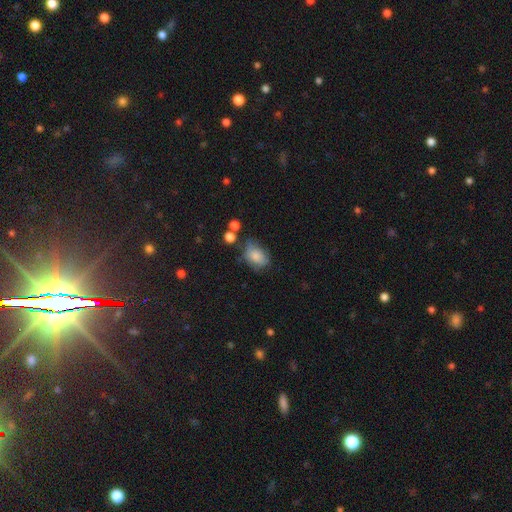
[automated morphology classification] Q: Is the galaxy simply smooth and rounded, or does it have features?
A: smooth — 76%.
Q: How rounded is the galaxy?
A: in between — 81%.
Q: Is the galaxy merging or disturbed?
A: none — 49%.